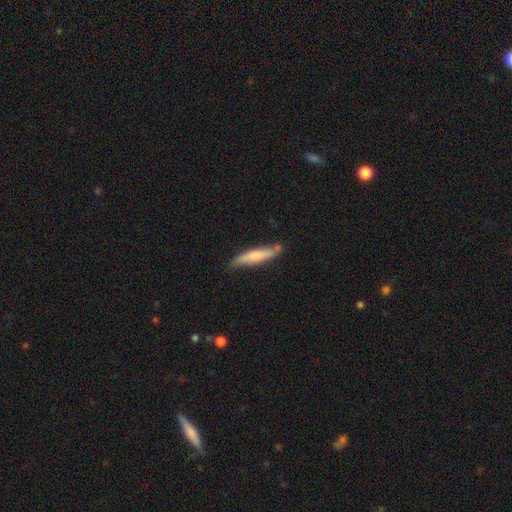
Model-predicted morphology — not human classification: A smooth galaxy with no disk features (66%) that is cigar-shaped (87%).

Vote fractions:
- Smooth or featured? smooth: 66% / featured or disk: 28% / star or artifact: 6%
- How rounded? cigar-shaped: 87% / in between: 12% / round: 1%
- Merging? none: 69% / minor disturbance: 22% / merger: 5% / major disturbance: 4%